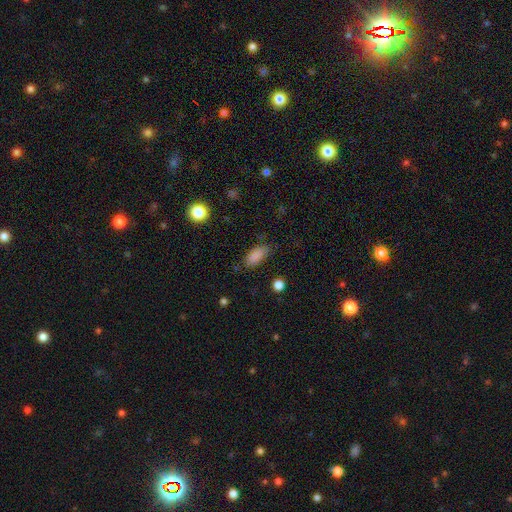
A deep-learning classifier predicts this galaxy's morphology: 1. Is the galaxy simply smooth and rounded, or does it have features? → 86% smooth, 9% star or artifact, 5% featured or disk.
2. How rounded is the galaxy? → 86% in between, 10% cigar-shaped, 3% round.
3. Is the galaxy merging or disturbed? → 77% none, 18% minor disturbance, 4% major disturbance, 2% merger.